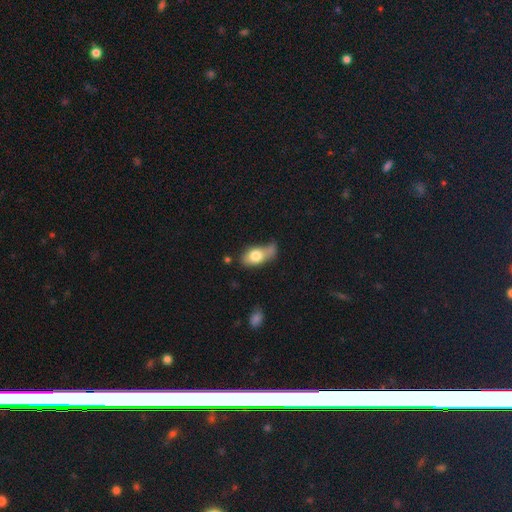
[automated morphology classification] smooth_or_featured: smooth (p=0.75) [alt: featured or disk p=0.17]
how_rounded: in between (p=0.85) [alt: round p=0.09]
merging: none (p=0.32) [alt: minor disturbance p=0.29]